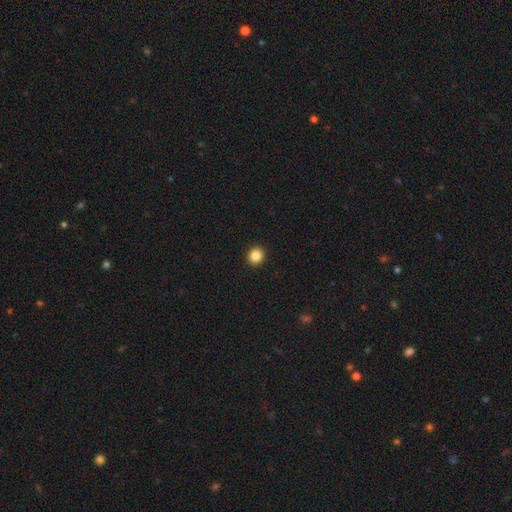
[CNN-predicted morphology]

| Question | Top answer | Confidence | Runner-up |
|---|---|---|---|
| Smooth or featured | smooth | 85% | star or artifact (11%) |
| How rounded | round | 88% | in between (11%) |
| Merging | none | 93% | minor disturbance (4%) |